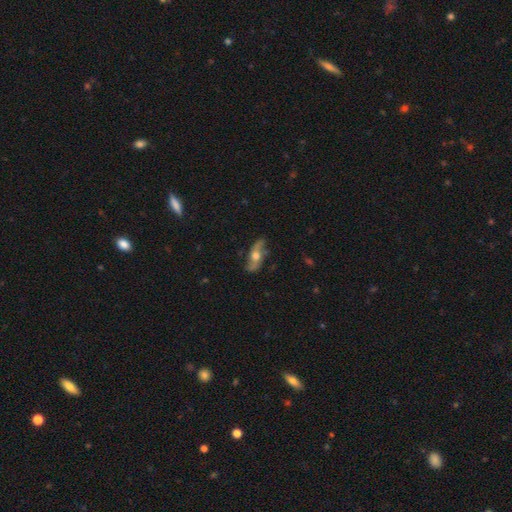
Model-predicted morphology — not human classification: The model was most divided on "bar": no: 67%, weak: 24%, strong: 9%. More confident: spiral arms — yes (87%); merging — none (74%); edge-on disk — no (74%); smooth or featured — featured or disk (71%); bulge size — moderate (66%).